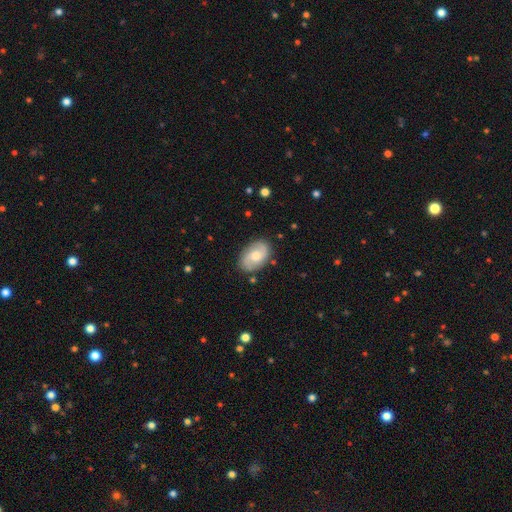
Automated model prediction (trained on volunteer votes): smooth_or_featured: featured or disk (p=0.61) [alt: smooth p=0.33]
disk_edge_on: no (p=0.96) [alt: yes p=0.04]
bar: no (p=0.61) [alt: weak p=0.34]
has_spiral_arms: yes (p=0.89) [alt: no p=0.11]
spiral_winding: medium (p=0.46) [alt: tight p=0.29]
spiral_arm_count: 2 (p=0.85) [alt: can't tell p=0.09]
bulge_size: moderate (p=0.63) [alt: small p=0.24]
merging: none (p=0.81) [alt: minor disturbance p=0.14]